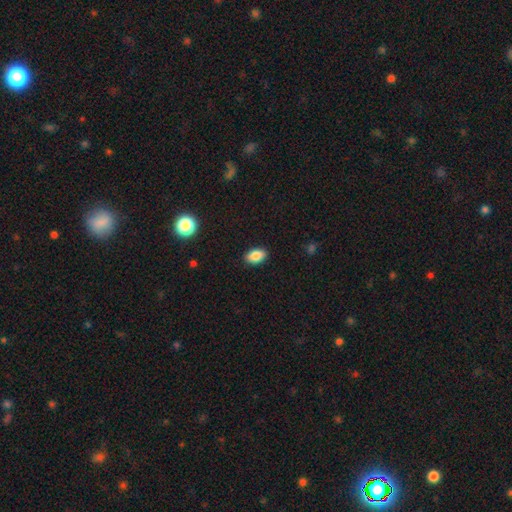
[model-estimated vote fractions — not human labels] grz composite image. It shows a smooth galaxy with no disk features (87%) that is in between round and cigar-shaped (89%). Merging: none (89%).